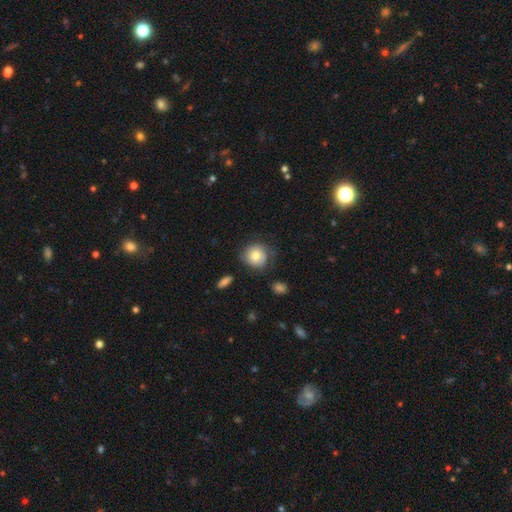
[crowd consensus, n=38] smooth-or-featured: smooth: 68% | featured or disk: 24% | star or artifact: 8%
  how-rounded: round: 81% | in between: 19% | cigar-shaped: 0%
  merging: none: 57% | minor disturbance: 31% | major disturbance: 9% | merger: 3%